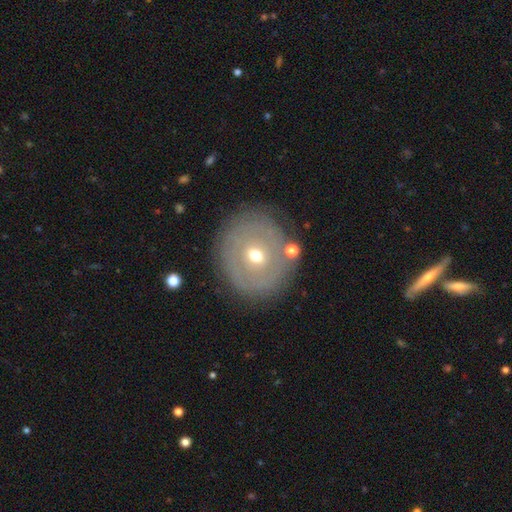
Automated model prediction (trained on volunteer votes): The model was most divided on "smooth or featured": featured or disk: 52%, smooth: 38%, star or artifact: 10%. More confident: edge-on disk — no (94%); merging — none (78%).